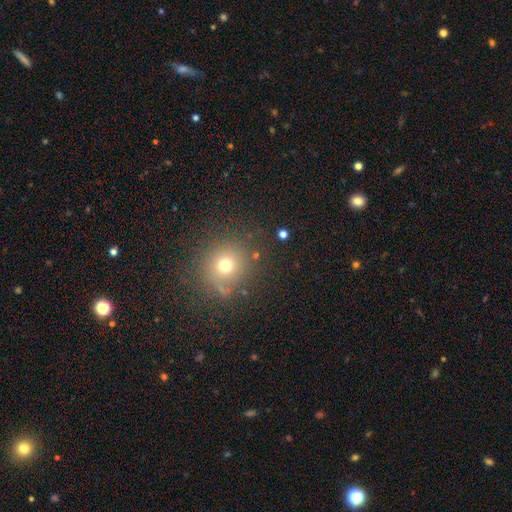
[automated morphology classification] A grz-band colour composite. It shows a smooth galaxy with no disk features (65%) that is round (89%). Merging: none (82%).